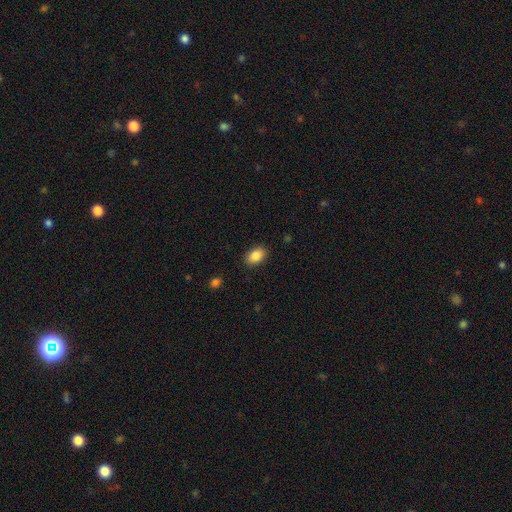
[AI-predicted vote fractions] Morphology: type=smooth (87%); roundness=in between (86%); merging=none (88%).